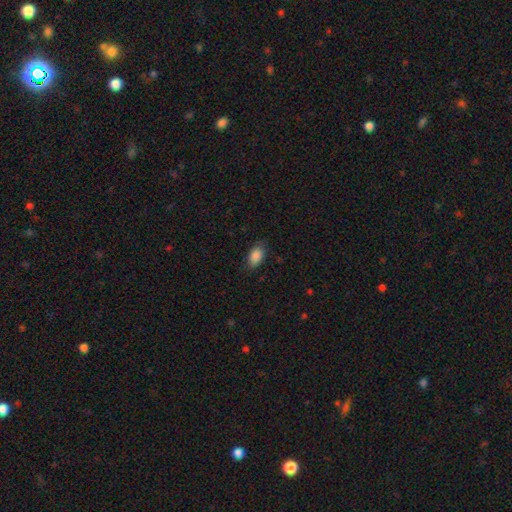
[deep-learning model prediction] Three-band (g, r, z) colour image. It shows a smooth galaxy with no disk features (88%) that is in between round and cigar-shaped (91%). Merging: none (79%).